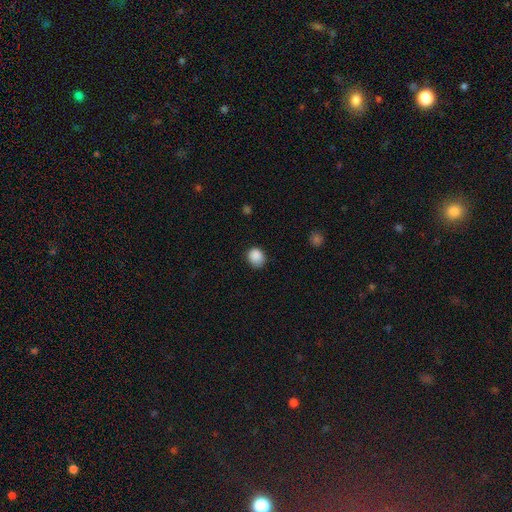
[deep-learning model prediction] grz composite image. It shows a smooth galaxy with no disk features (88%) that is round (67%). Merging: none (74%).